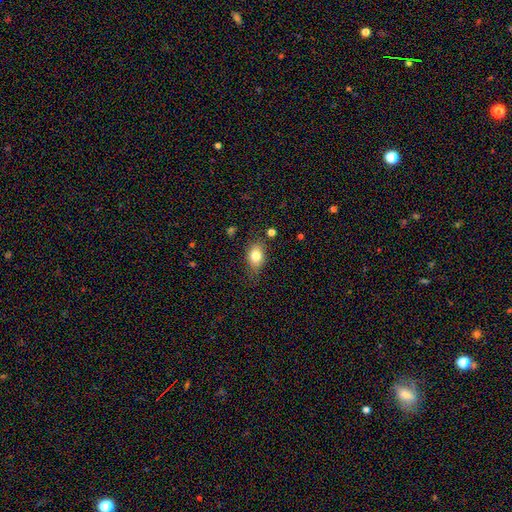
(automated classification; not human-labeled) smooth-or-featured: smooth: 80% | featured or disk: 11% | star or artifact: 9%
  how-rounded: in between: 75% | round: 23% | cigar-shaped: 2%
  merging: none: 69% | minor disturbance: 23% | major disturbance: 6% | merger: 3%